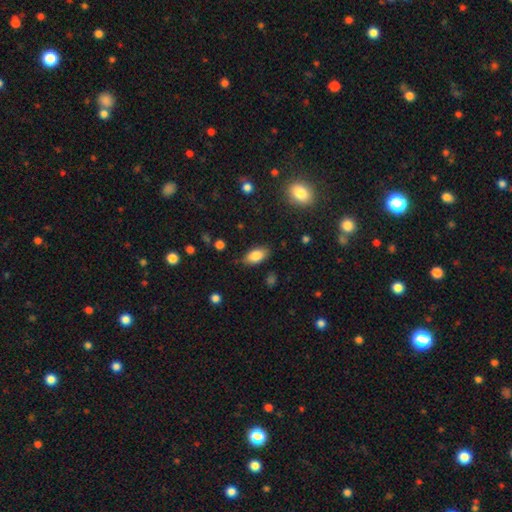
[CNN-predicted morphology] A smooth galaxy with no disk features (83%) that is in between round and cigar-shaped (91%). Merging: none (84%).